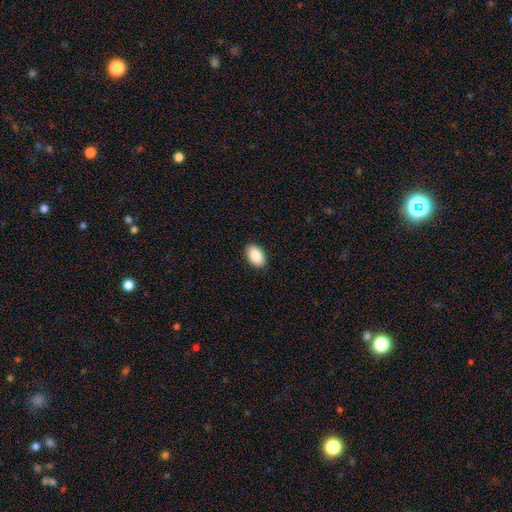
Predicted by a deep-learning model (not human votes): This appears to be a smooth galaxy with no disk features (90%) that is in between round and cigar-shaped (92%). Merging: none (90%).